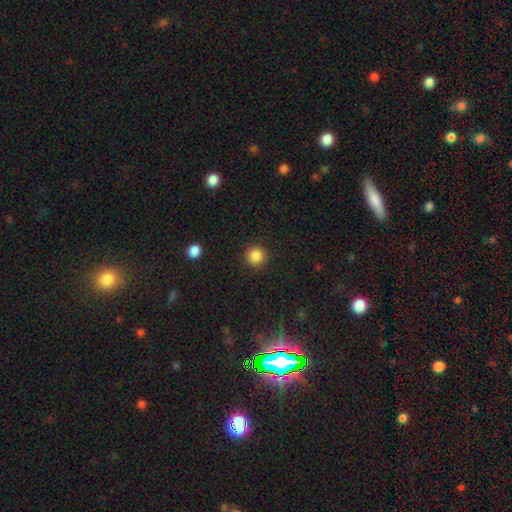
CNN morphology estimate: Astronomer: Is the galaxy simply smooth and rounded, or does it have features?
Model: smooth — 86%.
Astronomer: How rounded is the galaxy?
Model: round — 95%.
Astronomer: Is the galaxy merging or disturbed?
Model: none — 91%.